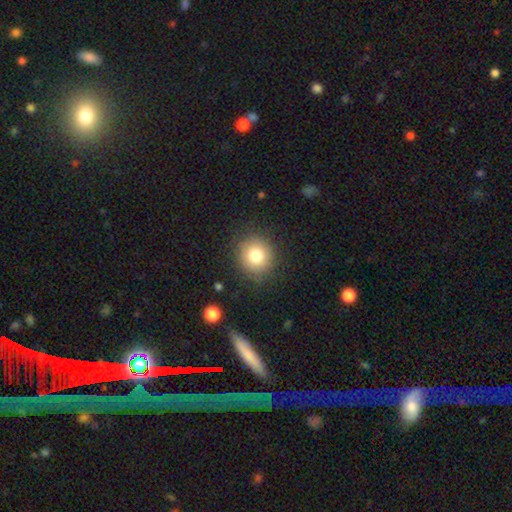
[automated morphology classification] type=smooth (80%); roundness=round (90%); merging=none (87%).